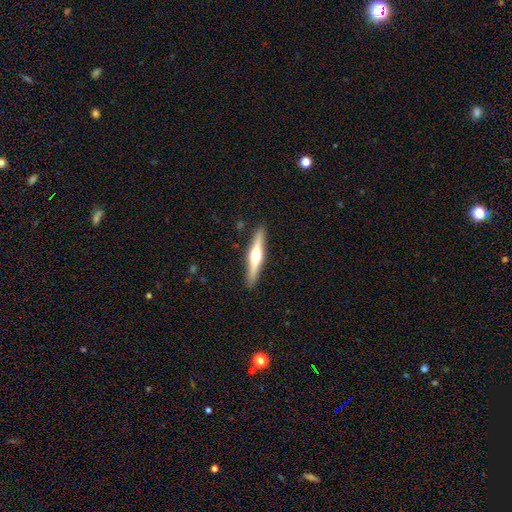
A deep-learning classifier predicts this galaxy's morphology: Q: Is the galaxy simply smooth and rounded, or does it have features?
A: featured or disk — 65%.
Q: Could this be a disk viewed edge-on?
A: yes — 97%.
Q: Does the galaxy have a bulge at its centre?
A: rounded — 94%.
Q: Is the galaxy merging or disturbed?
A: none — 91%.